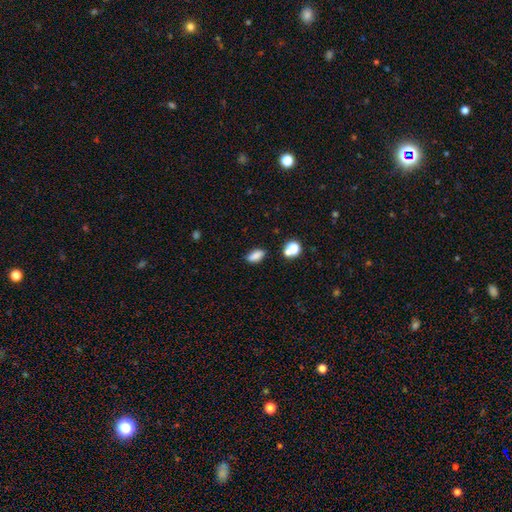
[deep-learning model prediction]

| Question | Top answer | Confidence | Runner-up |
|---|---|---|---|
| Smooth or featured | smooth | 83% | star or artifact (11%) |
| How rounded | in between | 83% | cigar-shaped (10%) |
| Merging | none | 81% | minor disturbance (12%) |